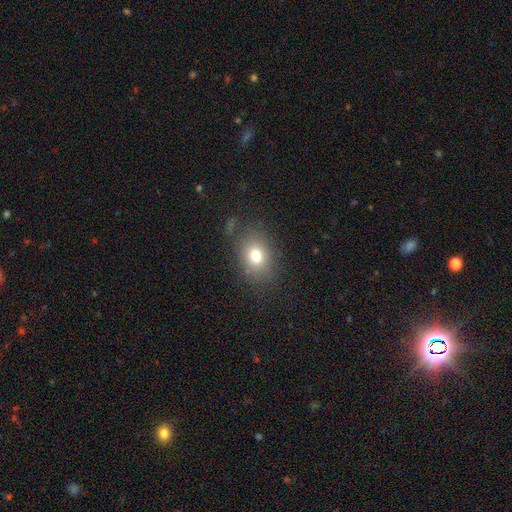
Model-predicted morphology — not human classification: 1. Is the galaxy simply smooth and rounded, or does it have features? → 73% smooth, 13% featured or disk, 13% star or artifact.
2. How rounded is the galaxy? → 62% in between, 37% round, 1% cigar-shaped.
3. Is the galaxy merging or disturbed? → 76% none, 15% minor disturbance, 8% major disturbance, 2% merger.